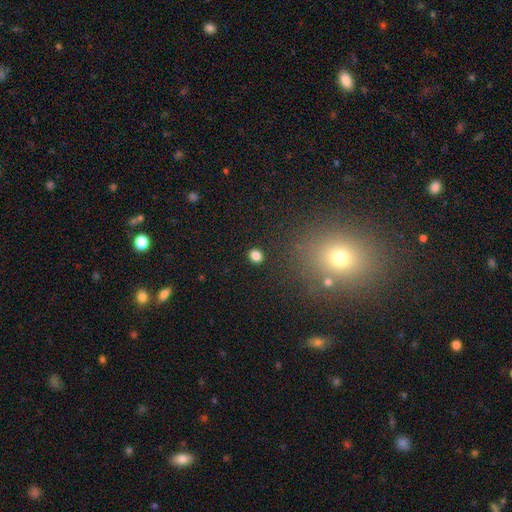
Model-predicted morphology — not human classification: The model was most divided on "how rounded": round: 74%, in between: 25%, cigar-shaped: 1%. More confident: merging — none (90%); smooth or featured — smooth (83%).